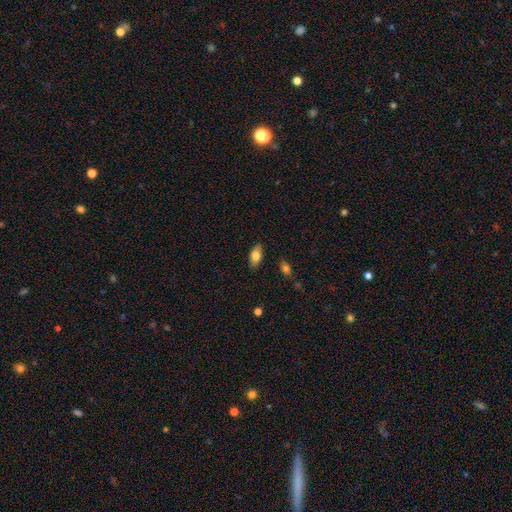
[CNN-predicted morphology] Smooth or featured: smooth — 78% (featured or disk — 15%)
How rounded: in between — 90% (cigar-shaped — 7%)
Merging: none — 86% (minor disturbance — 11%)